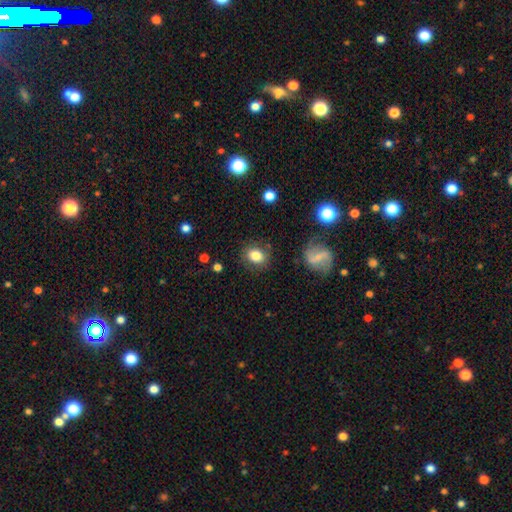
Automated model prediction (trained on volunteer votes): smooth_or_featured: smooth (p=0.82) [alt: star or artifact p=0.10]
how_rounded: round (p=0.50) [alt: in between p=0.49]
merging: none (p=0.81) [alt: minor disturbance p=0.13]